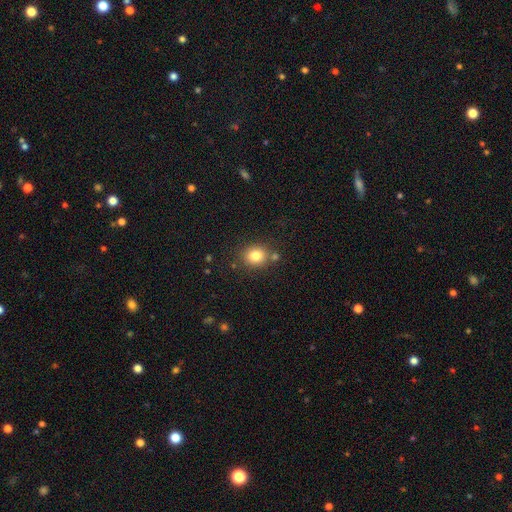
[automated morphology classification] Q: Smooth or featured?
A: smooth (81%); runner-up: star or artifact (11%)
Q: How rounded?
A: round (72%); runner-up: in between (27%)
Q: Merging?
A: none (77%); runner-up: minor disturbance (11%)